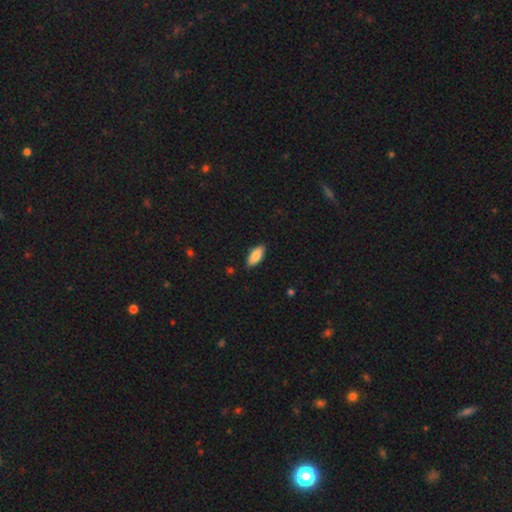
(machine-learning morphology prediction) smooth 84%, featured or disk 10%, star or artifact 6%. Down the decision tree: how rounded — in between (81%); merging — none (88%).